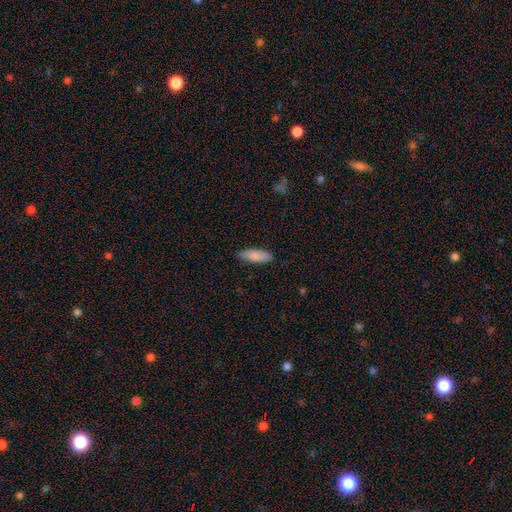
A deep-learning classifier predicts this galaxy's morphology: smooth 86%, featured or disk 8%, star or artifact 6%. Down the decision tree: how rounded — in between (65%); merging — none (87%).